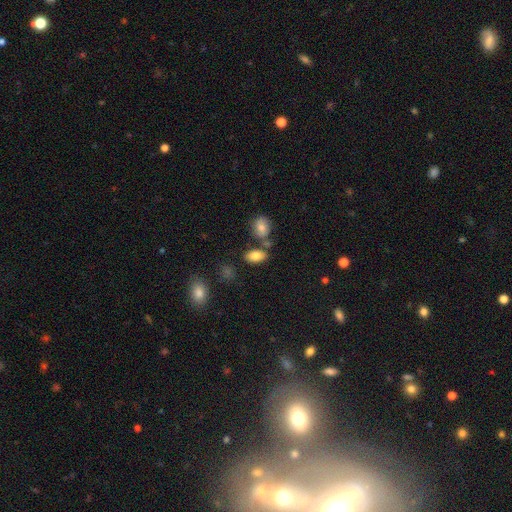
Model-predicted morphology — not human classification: smooth 82%, featured or disk 9%, star or artifact 8%. Down the decision tree: how rounded — in between (91%); merging — none (71%).